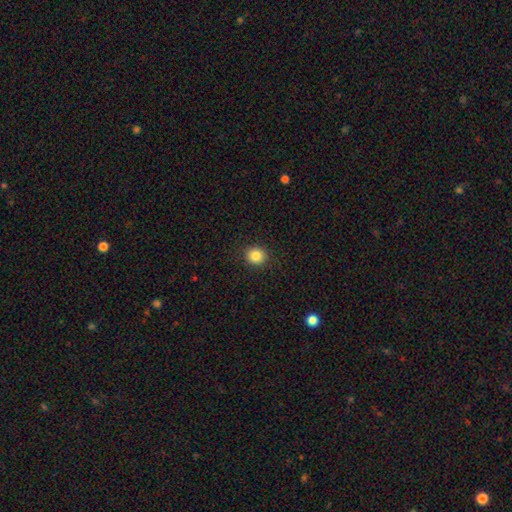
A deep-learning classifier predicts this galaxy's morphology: Smooth or featured? Predicted: smooth (p=0.85). How rounded? Predicted: round (p=0.87). Merging? Predicted: none (p=0.91).